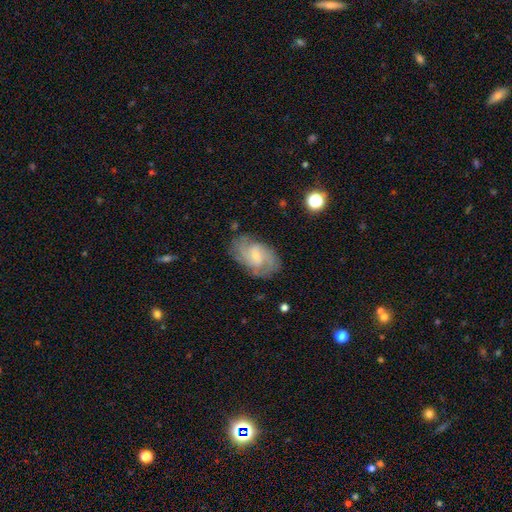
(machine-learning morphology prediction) The model was most divided on "spiral winding" (2-way tie): tight: 43%, medium: 43%, loose: 14%. Remaining: edge-on disk — no (97%); spiral arms — yes (92%); smooth or featured — featured or disk (75%); merging — none (72%); bulge size — small (71%); bar — no (50%); spiral arm count — 2 (35%).